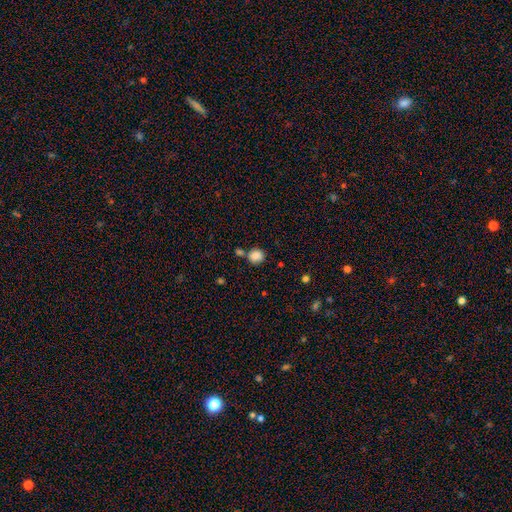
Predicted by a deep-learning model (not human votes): This is clearly a smooth galaxy (86%). How rounded: clearly round (83%). Merging: likely none (65%).